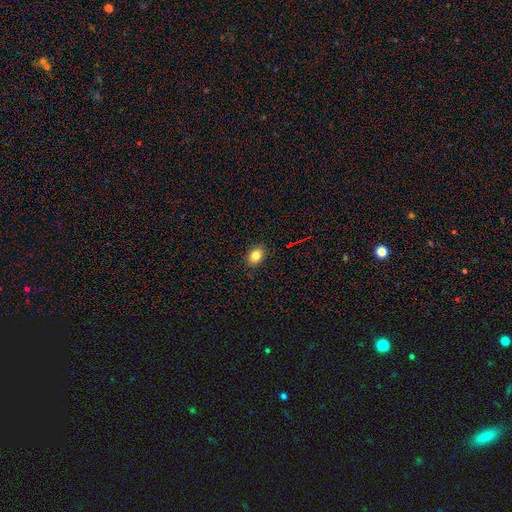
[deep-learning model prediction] This is clearly a smooth galaxy (82%). How rounded: likely in between (66%). Merging: clearly none (88%).